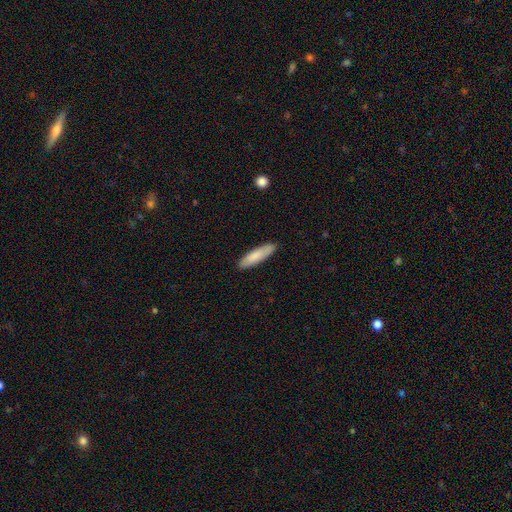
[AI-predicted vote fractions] smooth 84%, featured or disk 10%, star or artifact 5%. Down the decision tree: how rounded — cigar-shaped (71%); merging — none (88%).